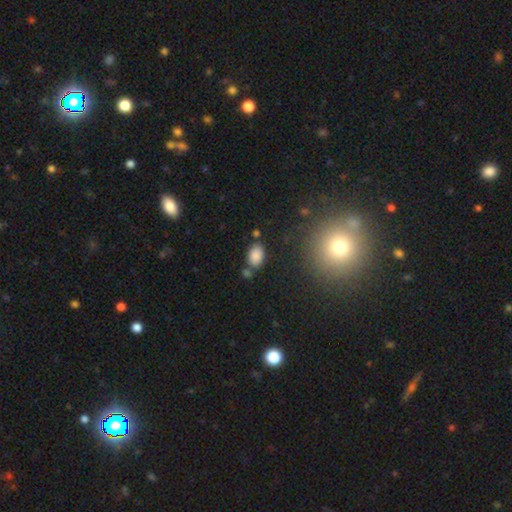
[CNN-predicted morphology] Smooth or featured? smooth (85%)
How rounded? in between (89%)
Merging? none (70%)